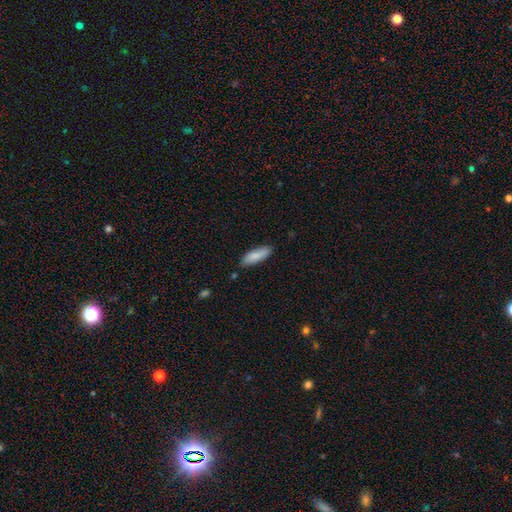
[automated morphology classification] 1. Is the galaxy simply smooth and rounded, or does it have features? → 85% smooth, 9% featured or disk, 6% star or artifact.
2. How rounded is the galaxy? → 52% in between, 47% cigar-shaped, 2% round.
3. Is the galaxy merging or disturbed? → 83% none, 13% minor disturbance, 2% merger, 2% major disturbance.